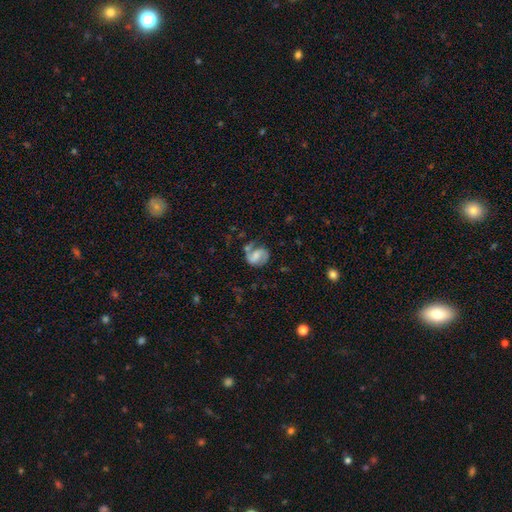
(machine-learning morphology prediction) A featured or disk galaxy (65%) with a weak bar (45%), 2 (79%) medium (48%) spiral arms (89%) and a moderate central bulge (39%).

Vote fractions:
- Smooth or featured? featured or disk: 65% / smooth: 27% / star or artifact: 8%
- Edge-on disk? no: 98% / yes: 2%
- Bar? weak: 45% / no: 33% / strong: 22%
- Spiral arms? yes: 89% / no: 11%
- Spiral winding? medium: 48% / loose: 26% / tight: 26%
- Spiral arm count? 2: 79% / 1: 11% / can't tell: 7% / 3: 1% / 4: 1% / more than 4: 1%
- Bulge size? moderate: 39% / small: 32% / none: 18% / large: 9% / dominant: 2%
- Merging? none: 53% / minor disturbance: 23% / major disturbance: 15% / merger: 10%